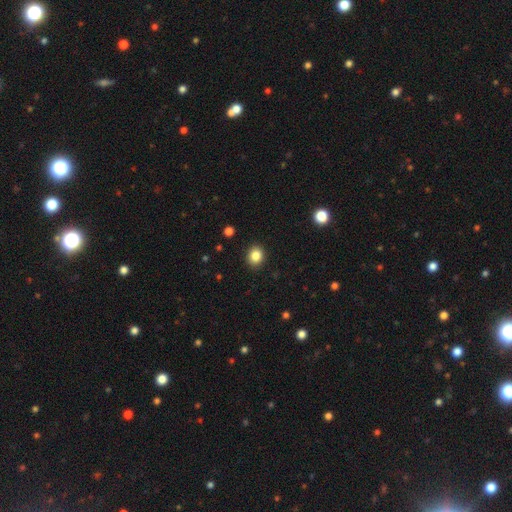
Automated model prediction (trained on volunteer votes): The model was most divided on "how rounded": round: 71%, in between: 28%, cigar-shaped: 1%. More confident: merging — none (91%); smooth or featured — smooth (85%).